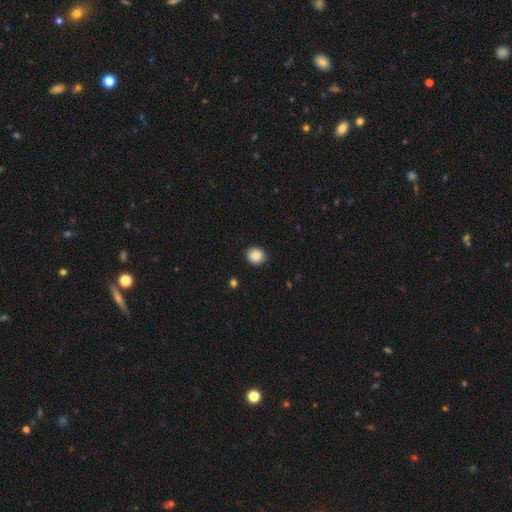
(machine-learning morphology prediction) A smooth galaxy with no disk features (88%) that is round (81%). Merging: none (89%).